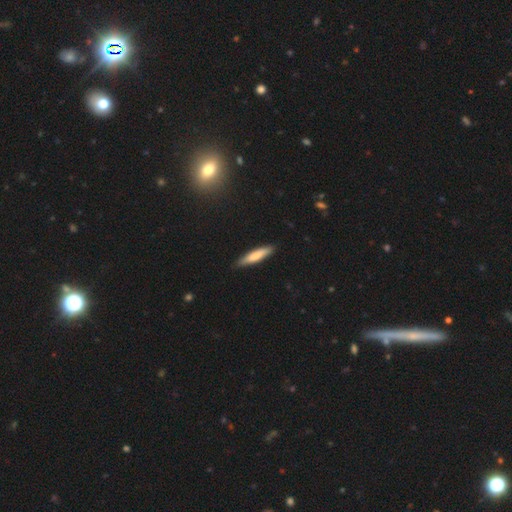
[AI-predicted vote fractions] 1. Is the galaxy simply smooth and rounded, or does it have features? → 70% smooth, 24% featured or disk, 6% star or artifact.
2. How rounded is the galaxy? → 85% cigar-shaped, 14% in between, 1% round.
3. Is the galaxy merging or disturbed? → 86% none, 11% minor disturbance, 2% major disturbance, 1% merger.